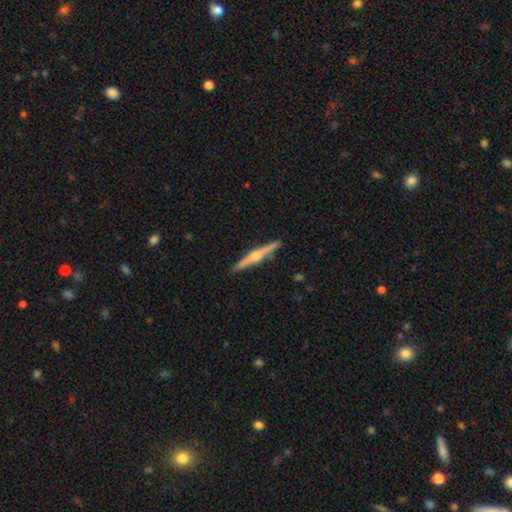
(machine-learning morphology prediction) smooth-or-featured: featured or disk: 74% | smooth: 20% | star or artifact: 6%
  disk-edge-on: yes: 97% | no: 3%
    edge-on-bulge: rounded: 88% | none: 7% | boxy: 5%
  merging: none: 90% | minor disturbance: 7% | major disturbance: 2% | merger: 1%